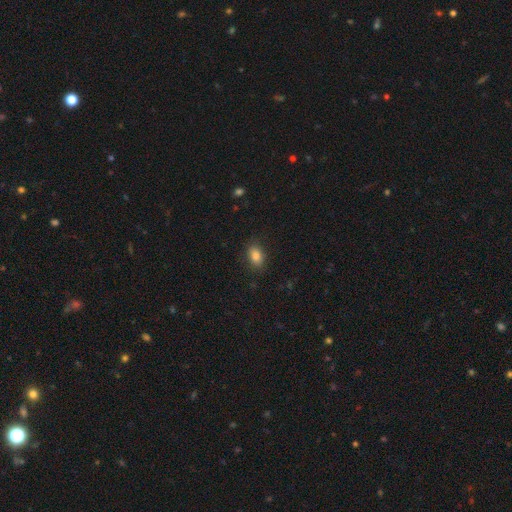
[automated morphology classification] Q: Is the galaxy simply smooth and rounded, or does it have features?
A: smooth — 85%.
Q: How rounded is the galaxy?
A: in between — 85%.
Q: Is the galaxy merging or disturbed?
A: none — 86%.